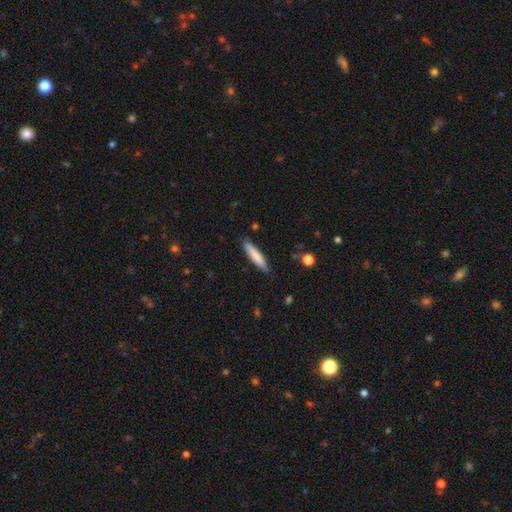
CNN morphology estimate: smooth_or_featured: smooth (p=0.78) [alt: featured or disk p=0.16]
how_rounded: cigar-shaped (p=0.87) [alt: in between p=0.12]
merging: none (p=0.85) [alt: minor disturbance p=0.11]